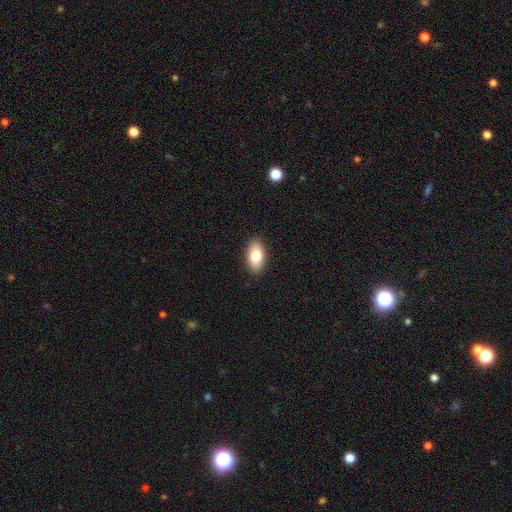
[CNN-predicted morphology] The model was most divided on "smooth or featured": smooth: 81%, featured or disk: 12%, star or artifact: 7%. More confident: how rounded — in between (93%); merging — none (90%).